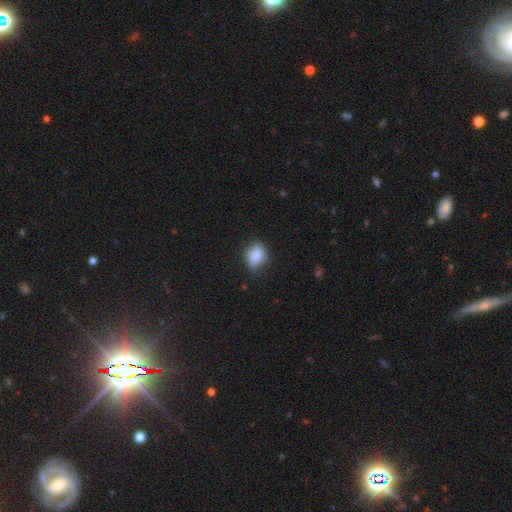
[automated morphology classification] A smooth galaxy with no disk features (82%) that is in between round and cigar-shaped (74%).

Vote fractions:
- Smooth or featured? smooth: 82% / featured or disk: 9% / star or artifact: 8%
- How rounded? in between: 74% / round: 23% / cigar-shaped: 3%
- Merging? none: 61% / minor disturbance: 31% / major disturbance: 7% / merger: 2%